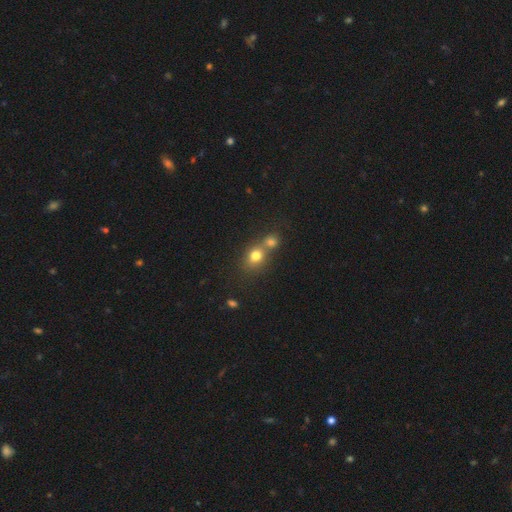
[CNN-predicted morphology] smooth 75%, star or artifact 14%, featured or disk 11%. Down the decision tree: how rounded — round (67%); merging — merger (52%).